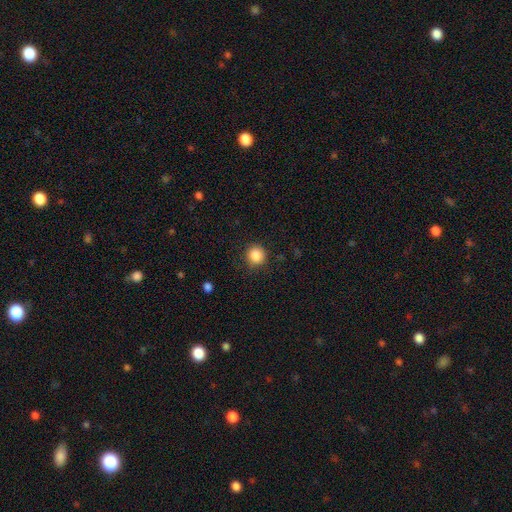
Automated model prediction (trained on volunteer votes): smooth_or_featured: smooth (p=0.86) [alt: star or artifact p=0.10]
how_rounded: round (p=0.93) [alt: in between p=0.07]
merging: none (p=0.88) [alt: minor disturbance p=0.08]